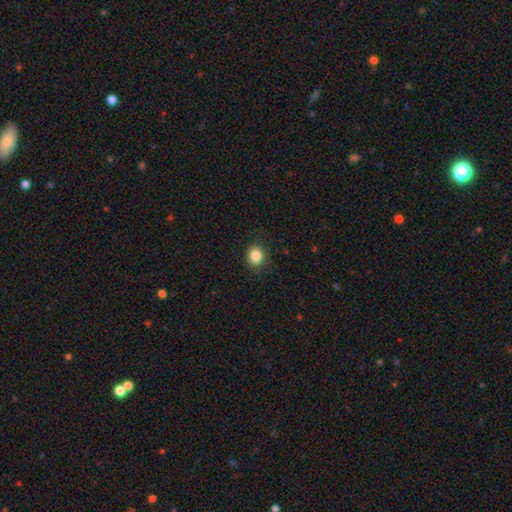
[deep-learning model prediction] Q: Smooth or featured?
A: smooth (85%); runner-up: star or artifact (10%)
Q: How rounded?
A: round (67%); runner-up: in between (32%)
Q: Merging?
A: none (87%); runner-up: minor disturbance (10%)